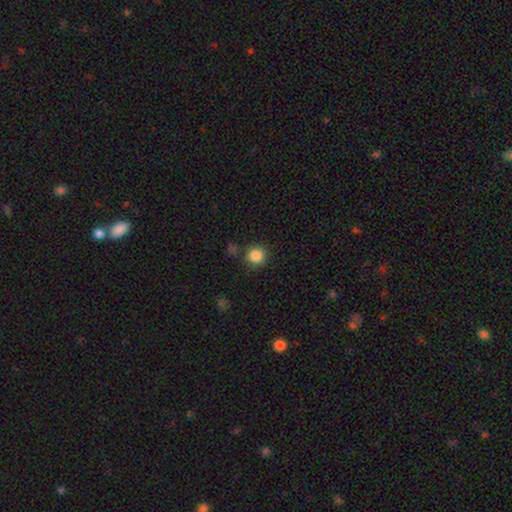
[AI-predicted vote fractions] Q: Smooth or featured?
A: smooth (86%); runner-up: star or artifact (10%)
Q: How rounded?
A: round (91%); runner-up: in between (8%)
Q: Merging?
A: none (82%); runner-up: minor disturbance (9%)